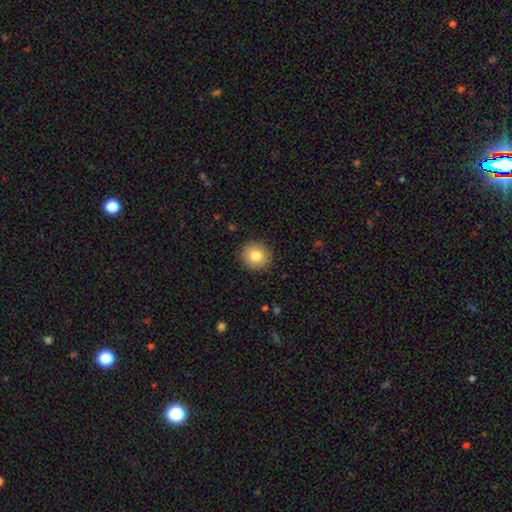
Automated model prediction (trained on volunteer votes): The model was most divided on "smooth or featured": smooth: 83%, featured or disk: 9%, star or artifact: 9%. More confident: how rounded — round (91%); merging — none (90%).